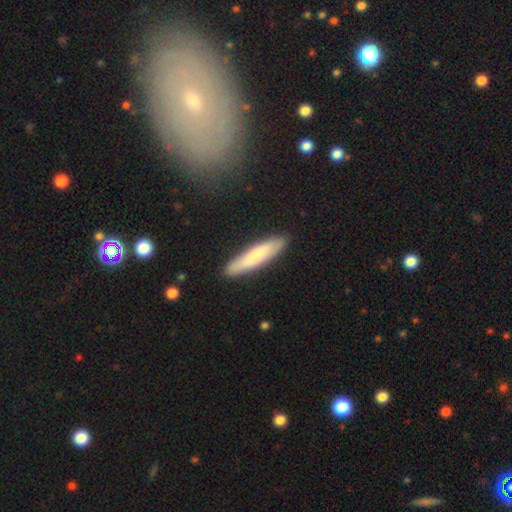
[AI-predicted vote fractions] A smooth galaxy with no disk features (74%) that is cigar-shaped (83%).

Vote fractions:
- Smooth or featured? smooth: 74% / featured or disk: 21% / star or artifact: 5%
- How rounded? cigar-shaped: 83% / in between: 16% / round: 1%
- Merging? none: 88% / minor disturbance: 9% / major disturbance: 2% / merger: 1%